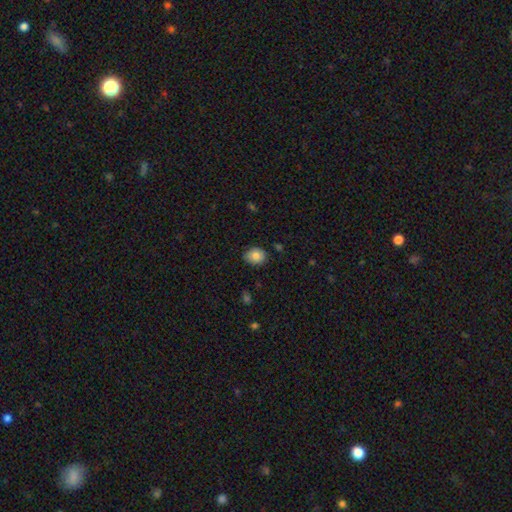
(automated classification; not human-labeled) smooth-or-featured: smooth: 81% | featured or disk: 10% | star or artifact: 8%
  how-rounded: round: 54% | in between: 45% | cigar-shaped: 1%
  merging: none: 82% | minor disturbance: 15% | major disturbance: 2% | merger: 1%